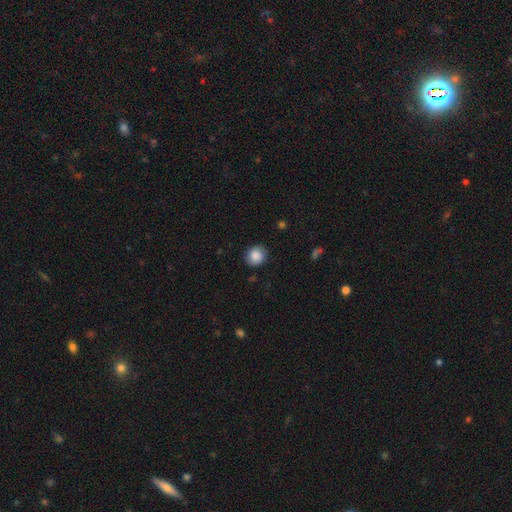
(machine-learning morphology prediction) Smooth or featured? smooth (87%)
How rounded? round (85%)
Merging? none (87%)